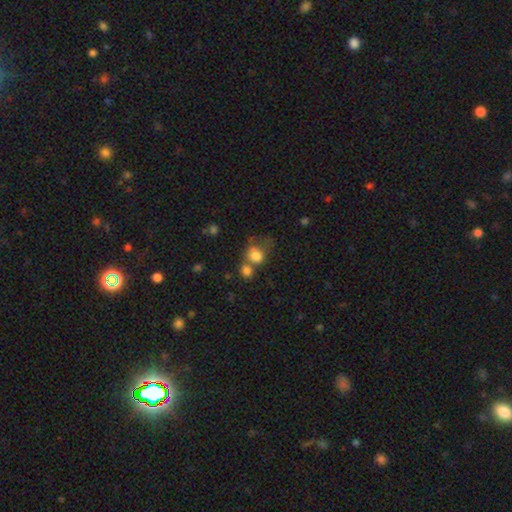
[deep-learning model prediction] This appears to be a smooth galaxy with no disk features (77%) that is round (64%). Merging: merger (43%).